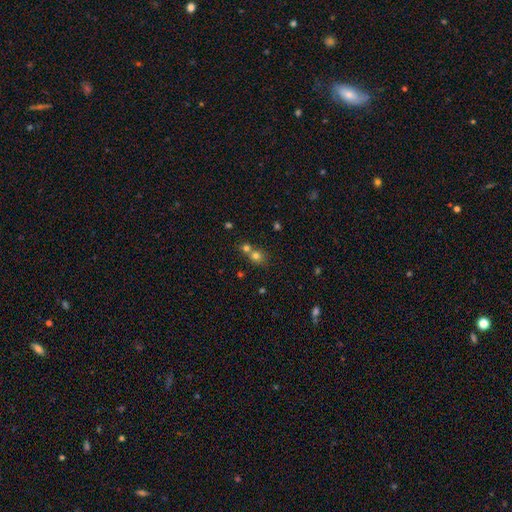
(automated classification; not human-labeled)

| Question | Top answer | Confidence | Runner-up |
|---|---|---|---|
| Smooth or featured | smooth | 72% | star or artifact (16%) |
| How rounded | round | 77% | in between (21%) |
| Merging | merger | 49% | none (41%) |